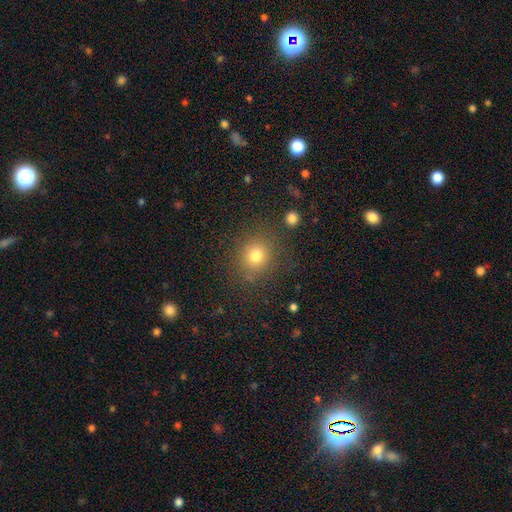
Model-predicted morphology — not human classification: Smooth or featured?
  - smooth: 77% *
  - star or artifact: 15%
  - featured or disk: 8%
How rounded?
  - round: 83% *
  - in between: 16%
  - cigar-shaped: 1%
Merging?
  - none: 83% *
  - minor disturbance: 10%
  - major disturbance: 4%
  - merger: 3%